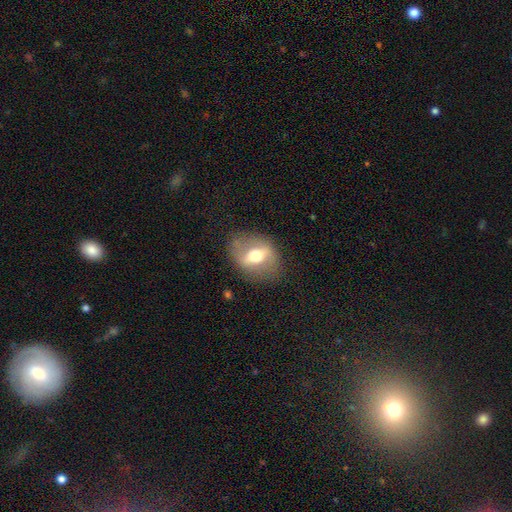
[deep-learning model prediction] Q: Smooth or featured?
A: featured or disk (56%); runner-up: smooth (36%)
Q: Edge-on disk?
A: no (77%); runner-up: yes (23%)
Q: Merging?
A: none (79%); runner-up: minor disturbance (13%)